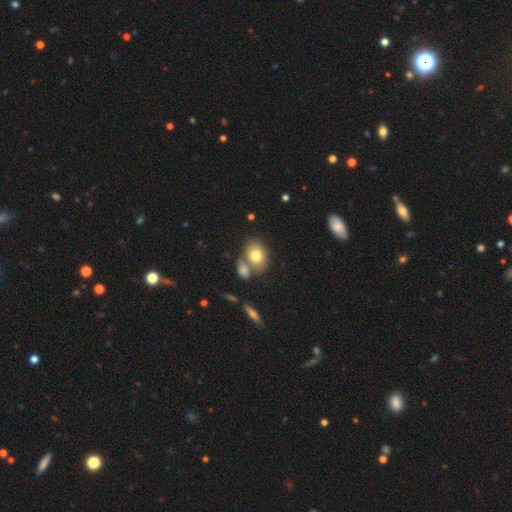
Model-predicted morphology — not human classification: A smooth galaxy with no disk features (78%) that is in between round and cigar-shaped (68%). Merging: none (54%).